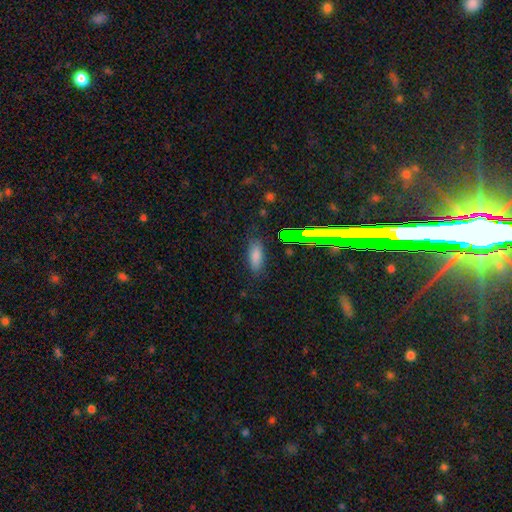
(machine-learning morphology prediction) This is likely a smooth galaxy (74%). How rounded: likely in between (68%). Merging: clearly none (82%).